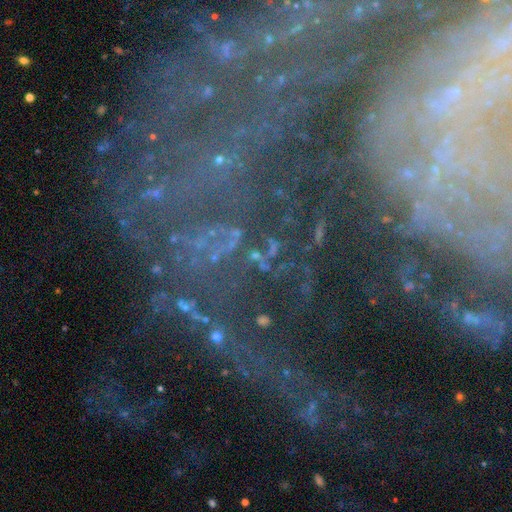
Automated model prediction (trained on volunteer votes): Morphology: type=star or artifact (69%).